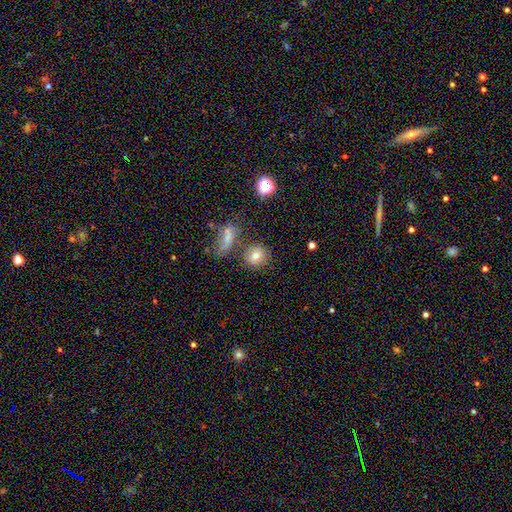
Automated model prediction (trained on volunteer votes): Smooth or featured: smooth — 73% (star or artifact — 14%)
How rounded: round — 79% (in between — 19%)
Merging: none — 71% (merger — 12%)